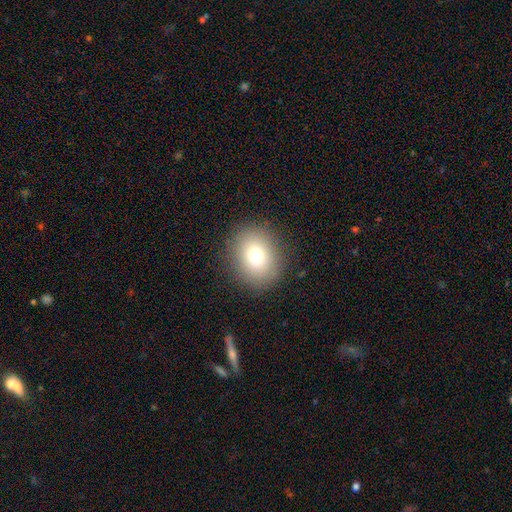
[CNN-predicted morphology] Overall: smooth (78%). How rounded: round (66%; in between 33%). Merging: none (88%).